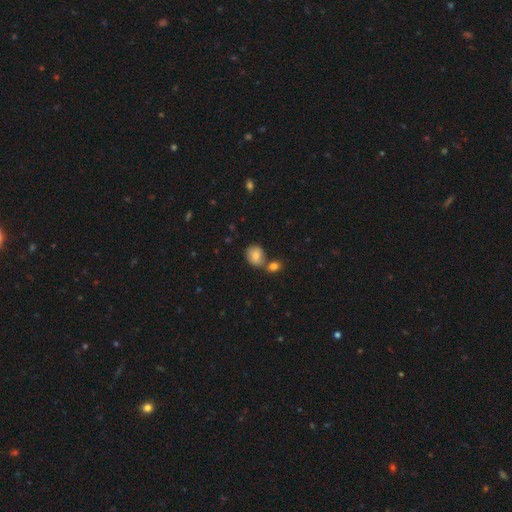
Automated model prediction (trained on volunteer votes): Overall: smooth (81%). How rounded: round (63%; in between 35%). Merging: none (53%; merger 33%).